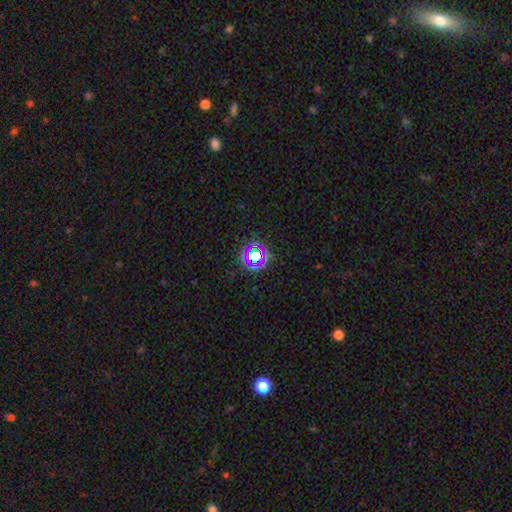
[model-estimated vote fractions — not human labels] Smooth or featured?
  - star or artifact: 60% *
  - smooth: 26%
  - featured or disk: 13%